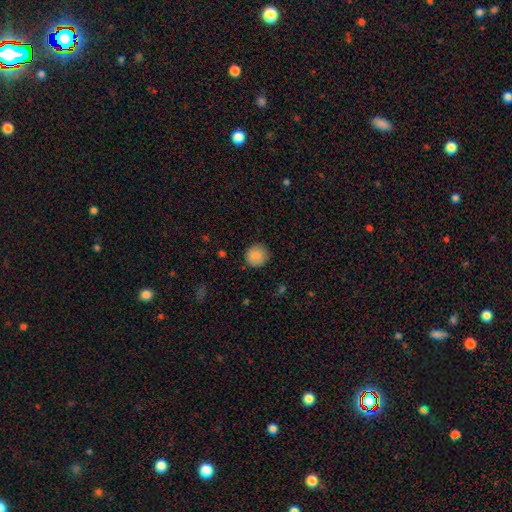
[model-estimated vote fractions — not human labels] smooth_or_featured: smooth (p=0.88) [alt: star or artifact p=0.08]
how_rounded: round (p=0.92) [alt: in between p=0.07]
merging: none (p=0.88) [alt: minor disturbance p=0.09]